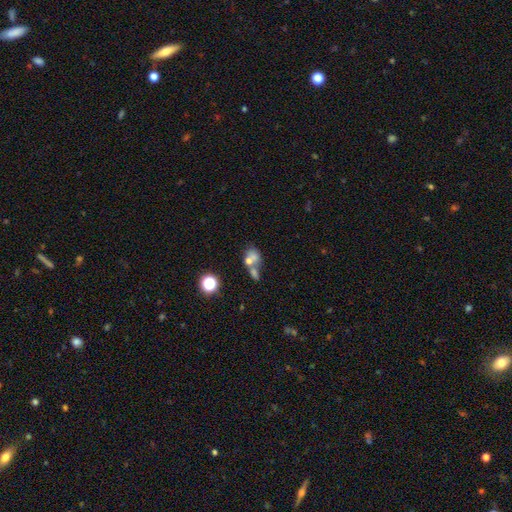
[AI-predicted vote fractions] Smooth or featured? smooth (58%)
How rounded? in between (49%, tied with round)
Merging? merger (58%)